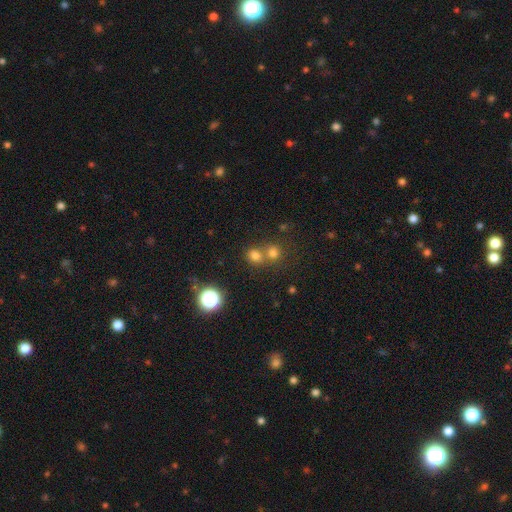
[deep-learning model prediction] This appears to be a smooth galaxy with no disk features (72%) that is round (73%). Merging: none (50%).